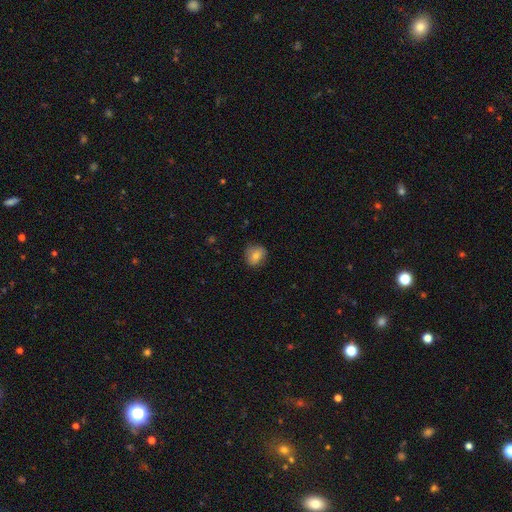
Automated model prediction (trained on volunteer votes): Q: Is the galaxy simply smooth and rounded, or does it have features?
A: smooth — 77%.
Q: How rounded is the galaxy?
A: round — 73%.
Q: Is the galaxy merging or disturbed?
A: none — 79%.